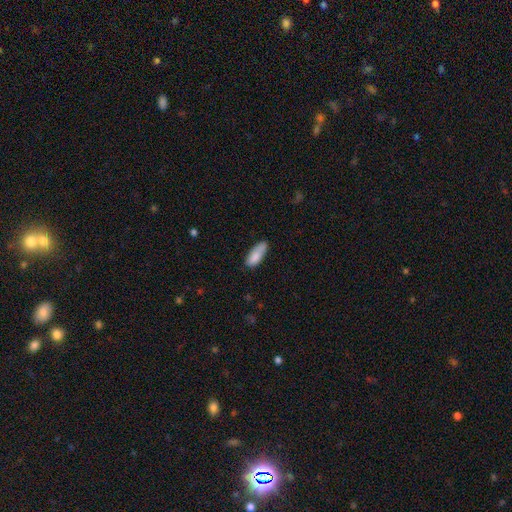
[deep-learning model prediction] A smooth galaxy with no disk features (86%) that is in between round and cigar-shaped (75%). Merging: none (66%).